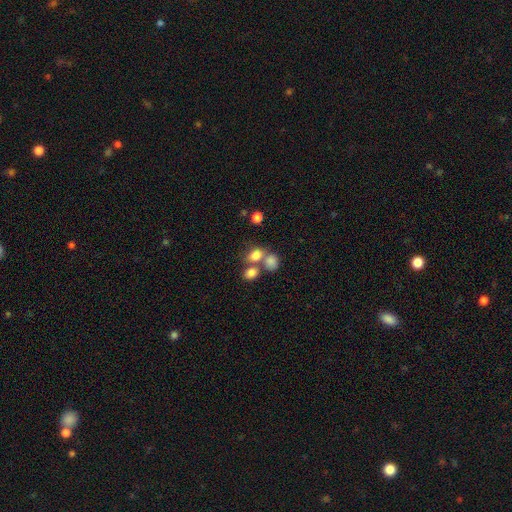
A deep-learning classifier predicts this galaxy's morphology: smooth-or-featured: smooth: 76% | star or artifact: 12% | featured or disk: 12%
  how-rounded: in between: 52% | round: 47% | cigar-shaped: 2%
  merging: merger: 43% | none: 42% | minor disturbance: 10% | major disturbance: 5%